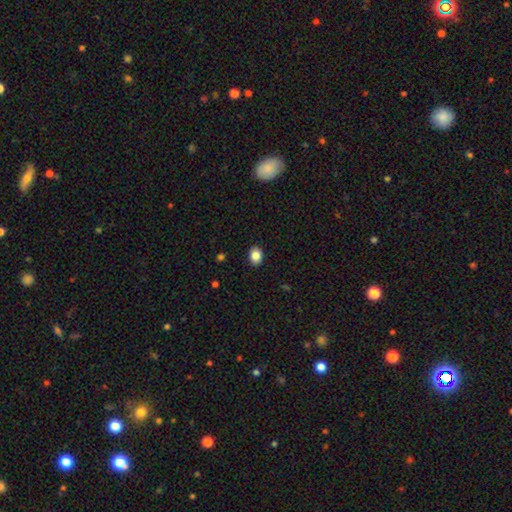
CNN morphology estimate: type=smooth (85%); roundness=in between (65%); merging=none (90%).